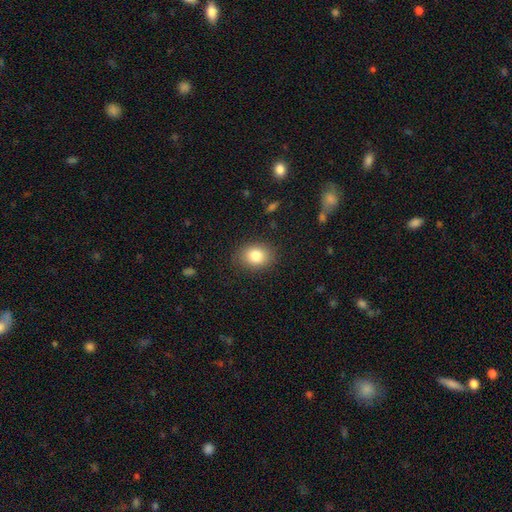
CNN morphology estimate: type=smooth (83%); roundness=in between (58%); merging=none (85%).